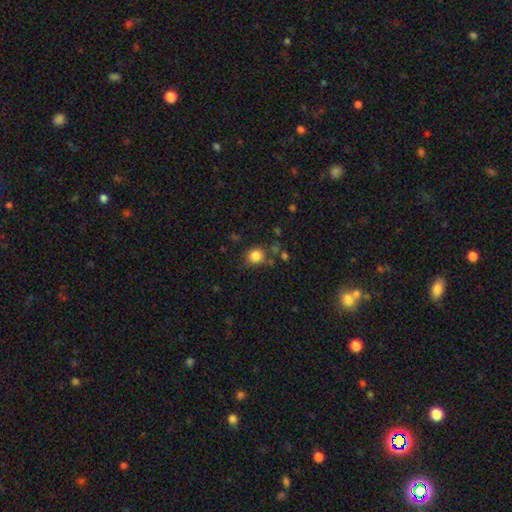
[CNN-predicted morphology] smooth_or_featured: smooth (p=0.83) [alt: star or artifact p=0.11]
how_rounded: round (p=0.82) [alt: in between p=0.17]
merging: none (p=0.74) [alt: minor disturbance p=0.14]